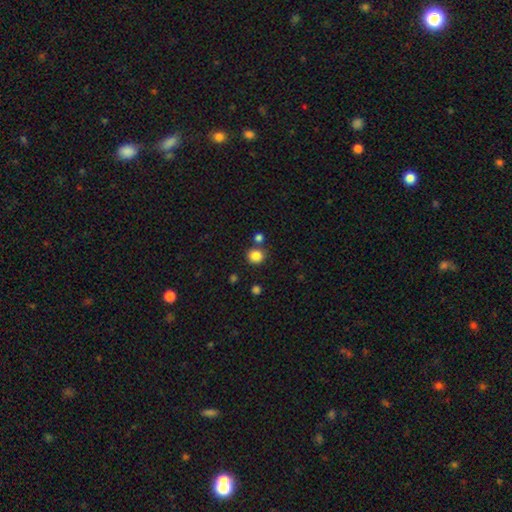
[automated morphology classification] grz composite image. It shows a smooth galaxy with no disk features (85%) that is round (86%). Merging: none (78%).